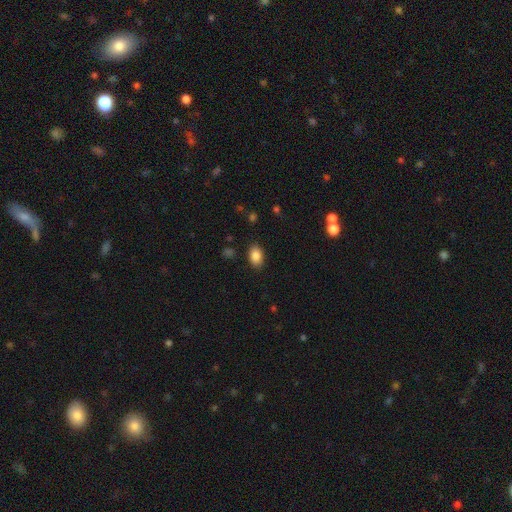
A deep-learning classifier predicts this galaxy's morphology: smooth-or-featured: smooth: 86% | star or artifact: 8% | featured or disk: 5%
  how-rounded: in between: 87% | round: 11% | cigar-shaped: 1%
  merging: none: 87% | minor disturbance: 9% | major disturbance: 3% | merger: 1%